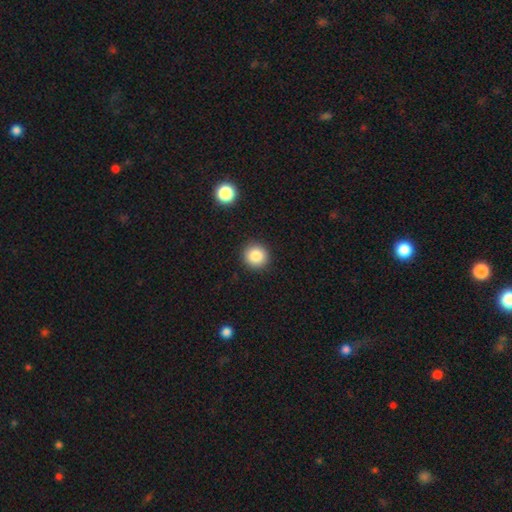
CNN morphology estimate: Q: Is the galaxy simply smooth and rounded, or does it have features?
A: smooth — 84%.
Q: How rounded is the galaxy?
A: round — 94%.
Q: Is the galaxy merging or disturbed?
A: none — 91%.